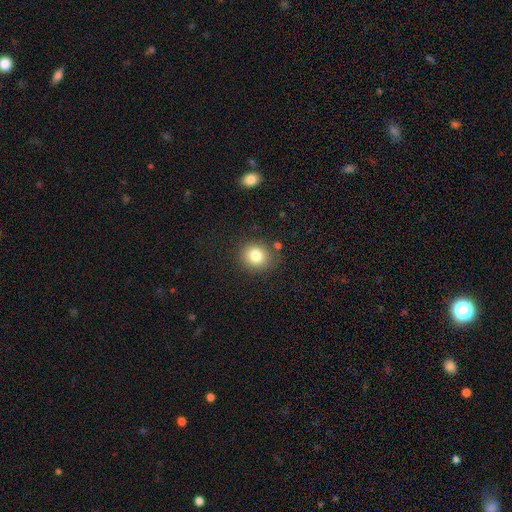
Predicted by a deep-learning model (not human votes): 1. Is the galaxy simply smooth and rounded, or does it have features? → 81% smooth, 11% star or artifact, 9% featured or disk.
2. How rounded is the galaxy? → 79% round, 20% in between, 1% cigar-shaped.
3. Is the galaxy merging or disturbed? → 83% none, 11% minor disturbance, 3% major disturbance, 3% merger.